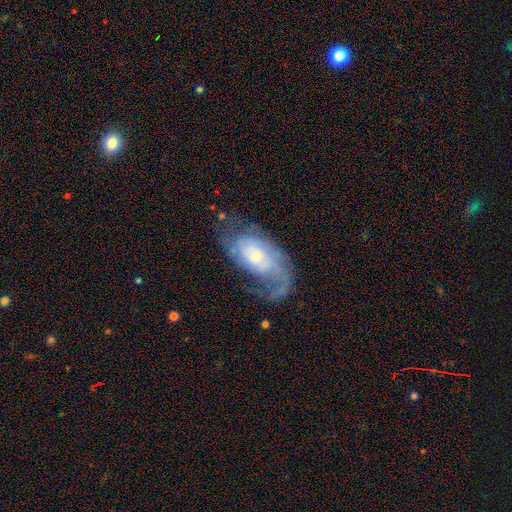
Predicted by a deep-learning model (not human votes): A featured or disk galaxy (76%) with no bar (67%), 2 (38%) medium (39%) spiral arms (89%) and a small central bulge (45%). Merging: none (51%).